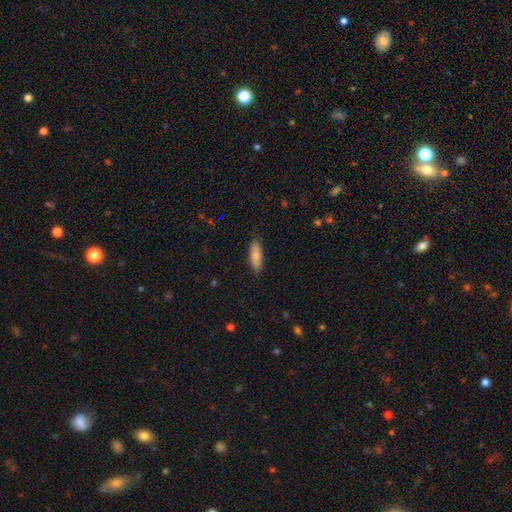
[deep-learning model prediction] smooth_or_featured: smooth (p=0.79) [alt: featured or disk p=0.14]
how_rounded: in between (p=0.55) [alt: cigar-shaped p=0.44]
merging: none (p=0.84) [alt: minor disturbance p=0.13]